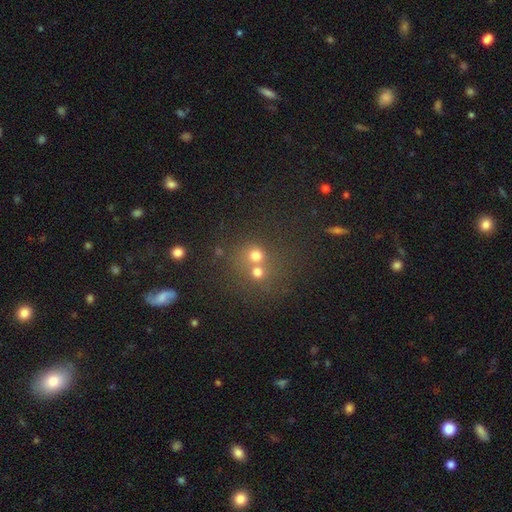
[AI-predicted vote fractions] Smooth or featured? smooth (67%)
How rounded? round (84%)
Merging? merger (48%)